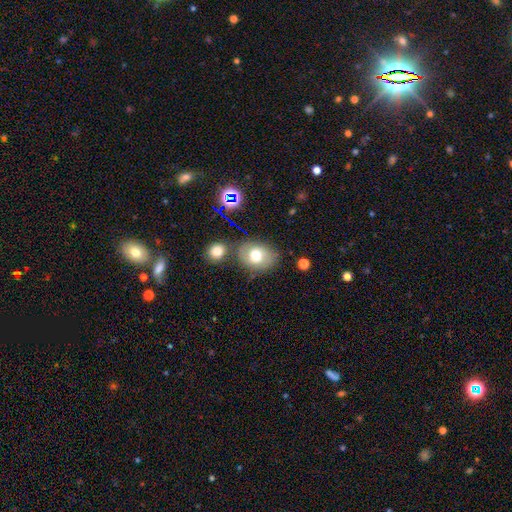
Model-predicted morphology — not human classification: smooth_or_featured: smooth (p=0.67) [alt: featured or disk p=0.22]
how_rounded: in between (p=0.60) [alt: round p=0.39]
merging: none (p=0.65) [alt: minor disturbance p=0.18]